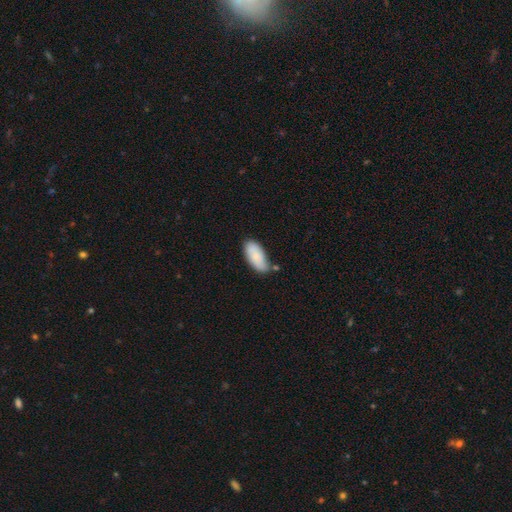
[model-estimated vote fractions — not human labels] Overall: smooth (81%). How rounded: in between (89%). Merging: none (61%; minor disturbance 25%).